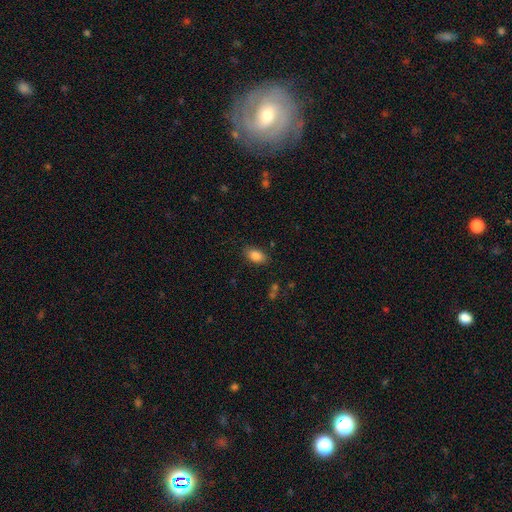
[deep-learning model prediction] smooth-or-featured: smooth: 86% | star or artifact: 8% | featured or disk: 6%
  how-rounded: in between: 90% | round: 7% | cigar-shaped: 2%
  merging: none: 84% | minor disturbance: 11% | major disturbance: 3% | merger: 1%